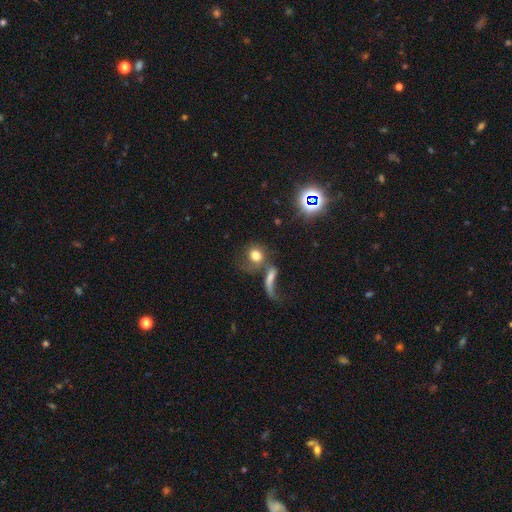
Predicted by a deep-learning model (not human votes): smooth-or-featured: smooth: 65% | featured or disk: 23% | star or artifact: 13%
  how-rounded: round: 69% | in between: 27% | cigar-shaped: 4%
  merging: merger: 46% | none: 27% | major disturbance: 18% | minor disturbance: 9%